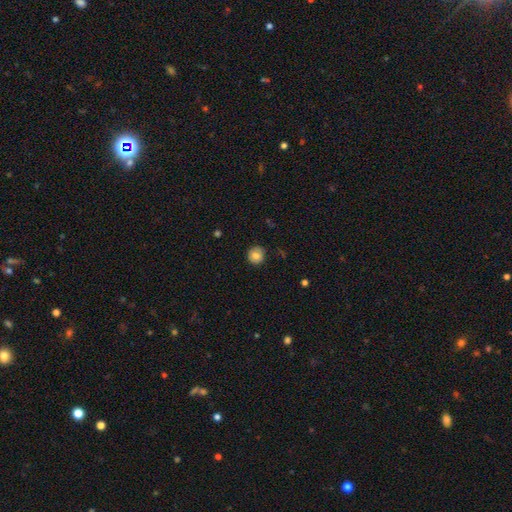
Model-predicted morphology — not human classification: A smooth galaxy with no disk features (78%) that is round (91%). Merging: none (87%).